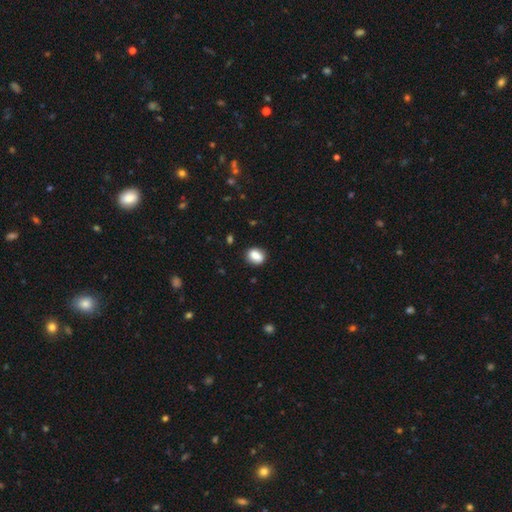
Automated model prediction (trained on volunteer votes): Overall: smooth (83%). How rounded: in between (55%; round 43%). Merging: none (80%).